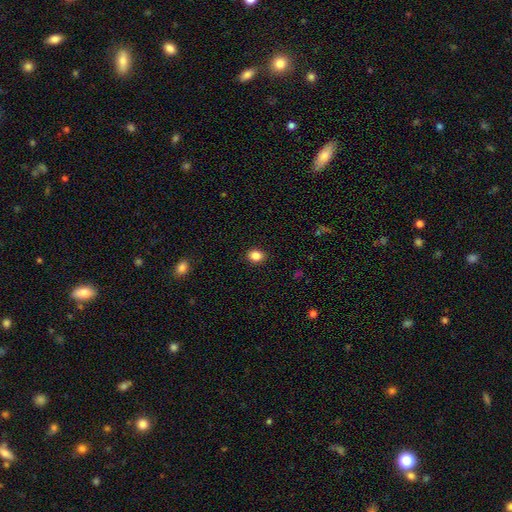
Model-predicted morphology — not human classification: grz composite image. It shows a smooth galaxy with no disk features (85%) that is in between round and cigar-shaped (53%). Merging: none (90%).